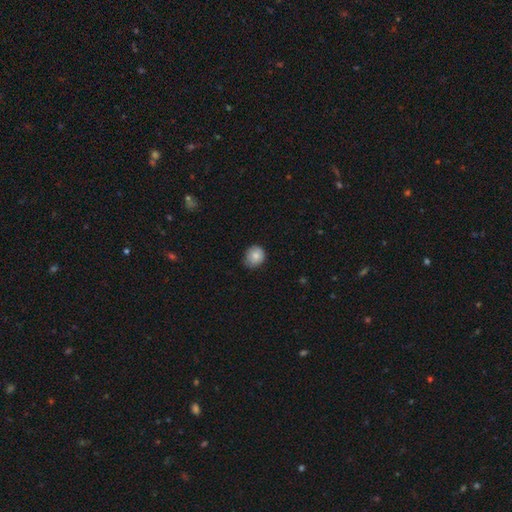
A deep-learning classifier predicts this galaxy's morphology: Smooth or featured? smooth (81%)
How rounded? round (75%)
Merging? none (69%)